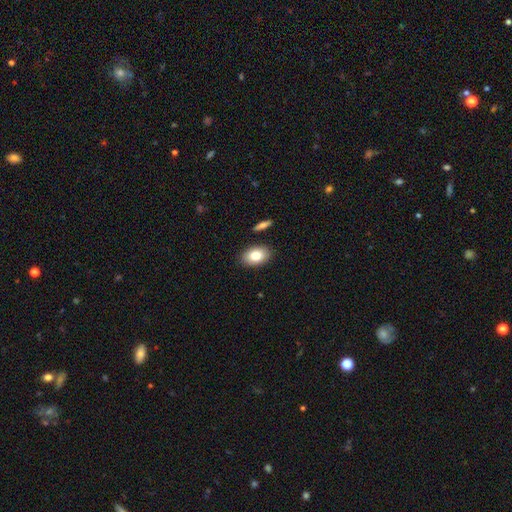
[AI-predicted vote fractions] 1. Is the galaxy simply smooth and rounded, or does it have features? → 81% smooth, 11% featured or disk, 7% star or artifact.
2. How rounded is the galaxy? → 88% in between, 11% round, 1% cigar-shaped.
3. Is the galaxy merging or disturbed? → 87% none, 8% minor disturbance, 2% merger, 2% major disturbance.